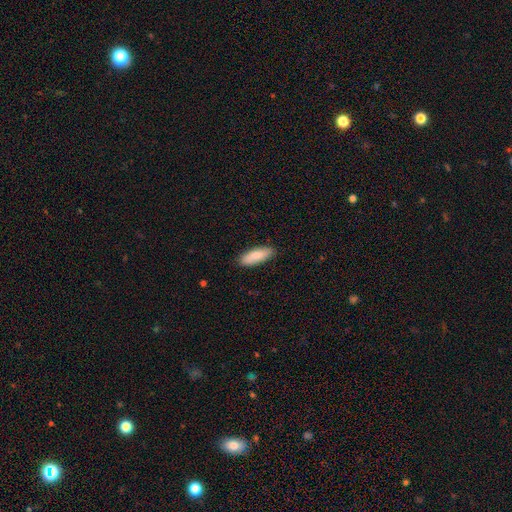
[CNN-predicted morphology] Smooth or featured?
  - smooth: 84% *
  - featured or disk: 11%
  - star or artifact: 6%
How rounded?
  - in between: 62% *
  - cigar-shaped: 36%
  - round: 2%
Merging?
  - none: 88% *
  - minor disturbance: 9%
  - major disturbance: 2%
  - merger: 1%